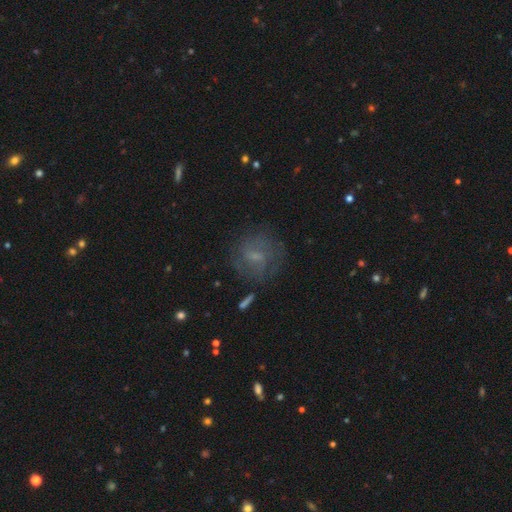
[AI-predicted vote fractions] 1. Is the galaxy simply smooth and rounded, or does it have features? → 50% featured or disk, 35% smooth, 14% star or artifact.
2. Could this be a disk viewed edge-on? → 96% no, 4% yes.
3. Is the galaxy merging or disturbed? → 69% none, 17% minor disturbance, 12% major disturbance, 2% merger.